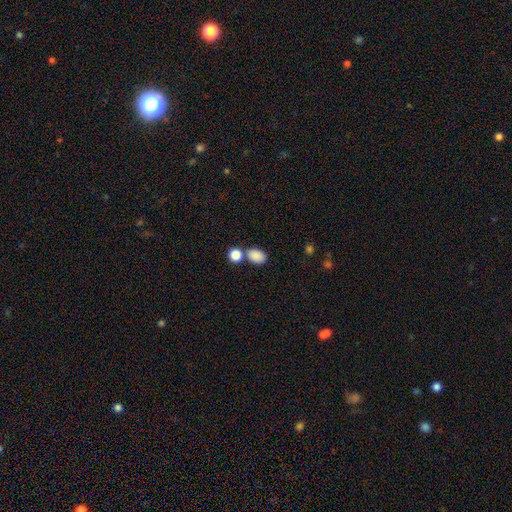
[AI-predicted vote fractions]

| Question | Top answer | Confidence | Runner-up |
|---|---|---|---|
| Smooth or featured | smooth | 86% | star or artifact (9%) |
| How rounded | in between | 81% | round (18%) |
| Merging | none | 63% | merger (21%) |